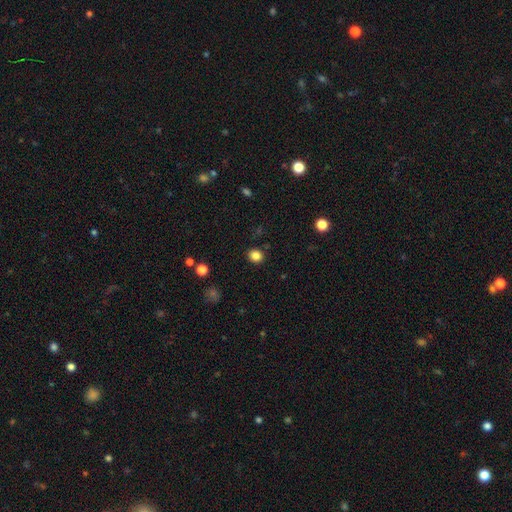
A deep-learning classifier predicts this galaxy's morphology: A smooth galaxy with no disk features (84%) that is round (79%). Merging: none (89%).